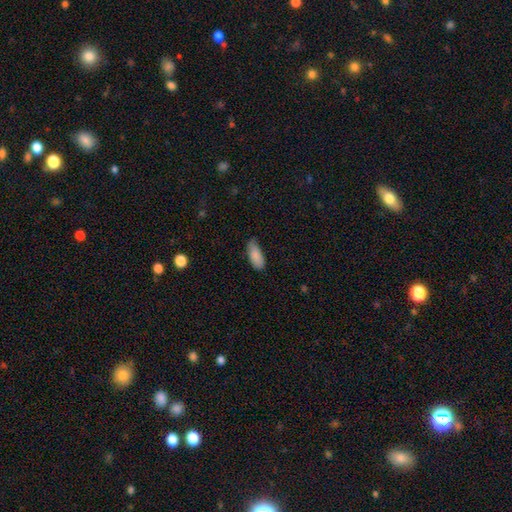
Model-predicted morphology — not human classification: Overall: smooth (88%). How rounded: in between (84%). Merging: none (69%).